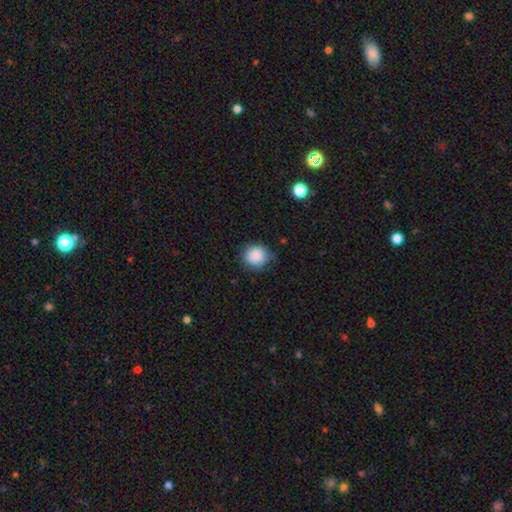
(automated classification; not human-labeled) Smooth or featured: smooth — 86% (star or artifact — 8%)
How rounded: round — 85% (in between — 14%)
Merging: none — 73% (minor disturbance — 22%)